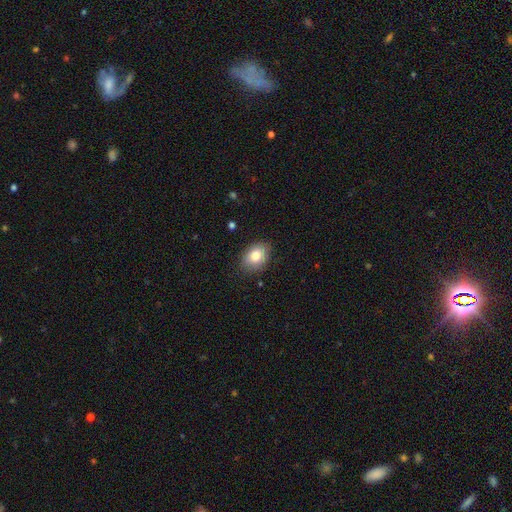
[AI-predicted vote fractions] This is clearly a smooth galaxy (82%). How rounded: likely in between (76%). Merging: clearly none (83%).